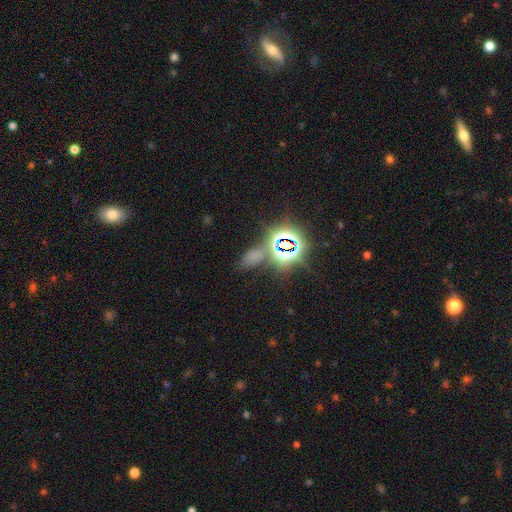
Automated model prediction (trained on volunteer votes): Overall: star or artifact (54%; smooth 38%).